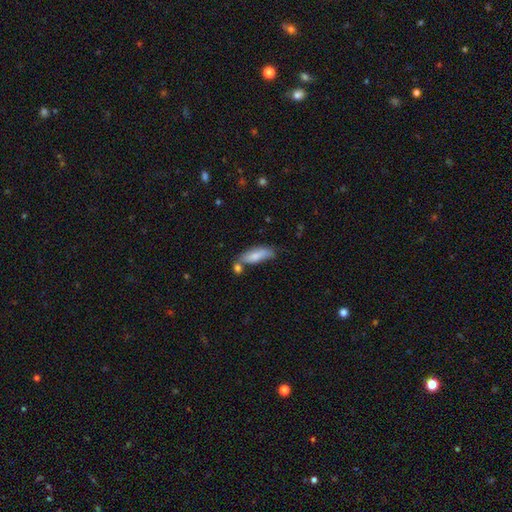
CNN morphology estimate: A smooth galaxy with no disk features (77%) that is in between round and cigar-shaped (58%).

Vote fractions:
- Smooth or featured? smooth: 77% / featured or disk: 17% / star or artifact: 6%
- How rounded? in between: 58% / cigar-shaped: 40% / round: 2%
- Merging? none: 50% / minor disturbance: 24% / merger: 19% / major disturbance: 7%